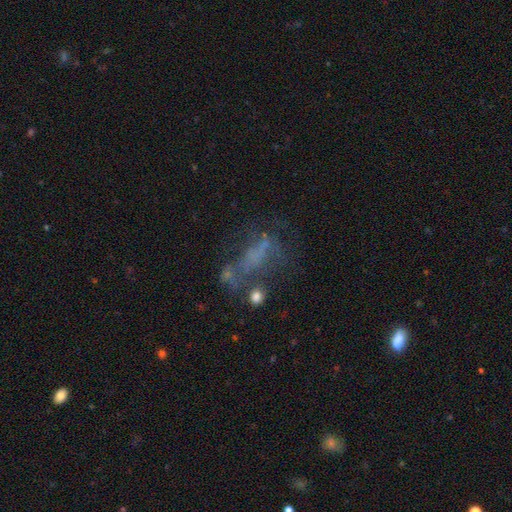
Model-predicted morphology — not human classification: Smooth or featured? Predicted: featured or disk (p=0.46). Merging? Predicted: none (p=0.36).